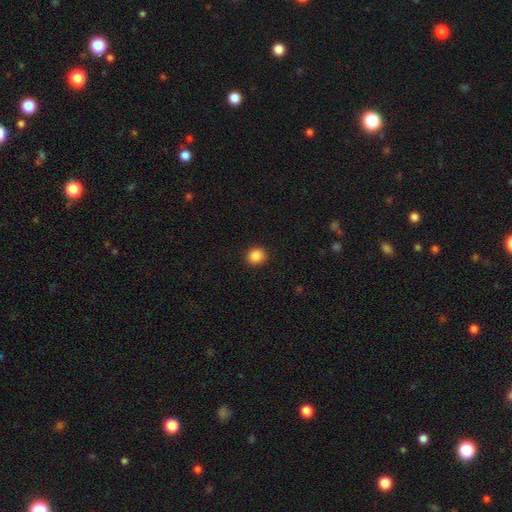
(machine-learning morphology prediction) Smooth or featured: smooth — 87% (star or artifact — 10%)
How rounded: round — 82% (in between — 17%)
Merging: none — 91% (minor disturbance — 6%)